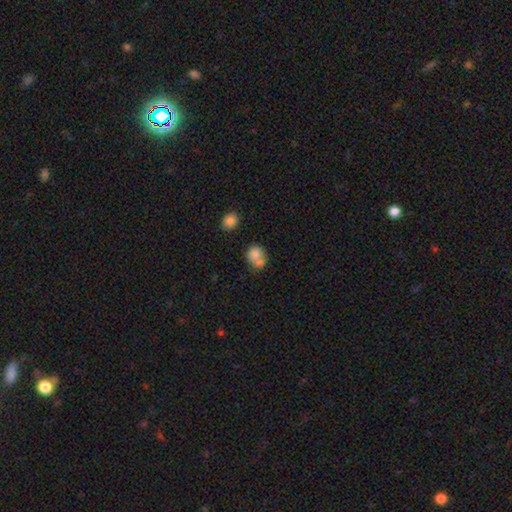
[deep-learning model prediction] Overall: smooth (76%). How rounded: round (68%; in between 31%). Merging: merger (51%; none 33%).